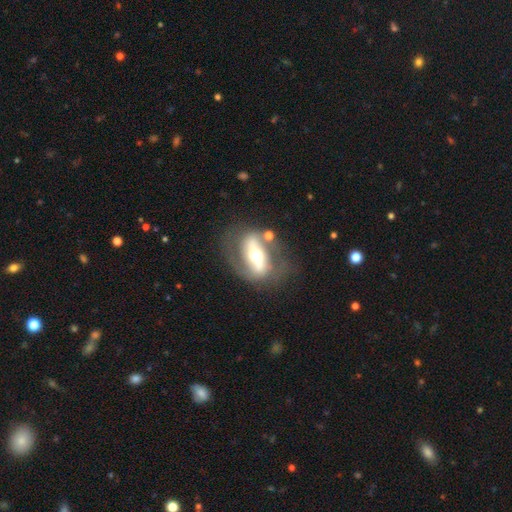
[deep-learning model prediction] Smooth or featured? featured or disk (74%)
Edge-on disk? no (85%)
Bar? strong (63%)
Spiral arms? yes (59%)
Bulge size? moderate (64%)
Merging? none (64%)